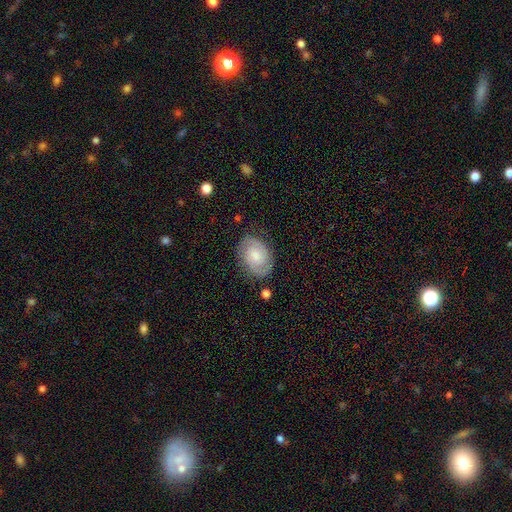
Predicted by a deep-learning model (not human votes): This appears to be a featured or disk galaxy (74%) with no bar (63%), 2 (86%) tight (52%) spiral arms (95%) and a moderate central bulge (40%). Merging: none (78%).